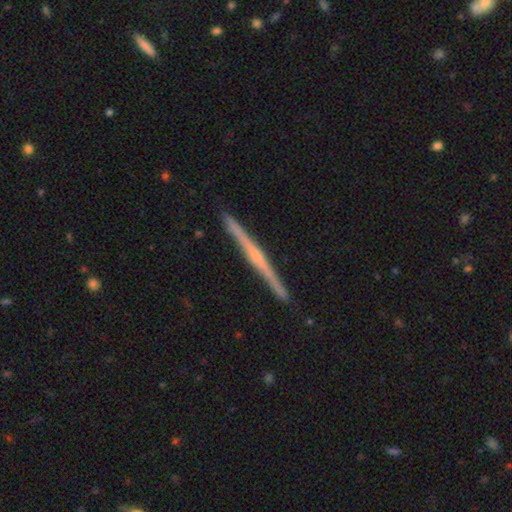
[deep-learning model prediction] Morphology: type=featured or disk (77%); edge-on=yes (99%); edge-on bulge=rounded (52%); merging=none (93%).